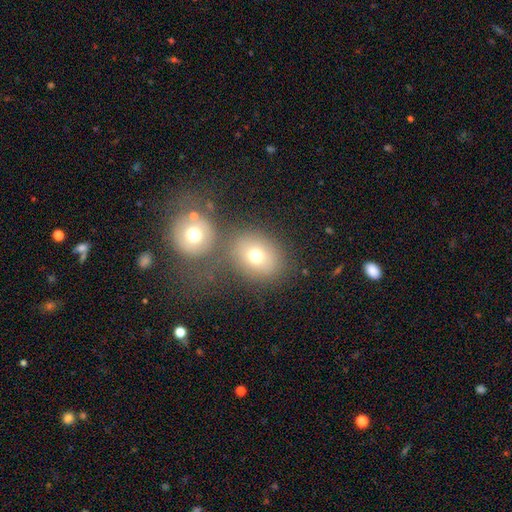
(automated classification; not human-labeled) The model was most divided on "how rounded": round: 60%, in between: 39%, cigar-shaped: 1%. More confident: smooth or featured — smooth (71%); merging — none (56%).